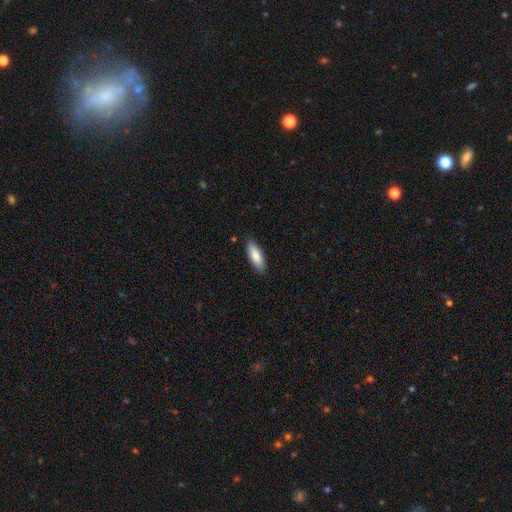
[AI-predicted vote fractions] Smooth or featured? Predicted: smooth (p=0.85). How rounded? Predicted: in between (p=0.65). Merging? Predicted: none (p=0.87).